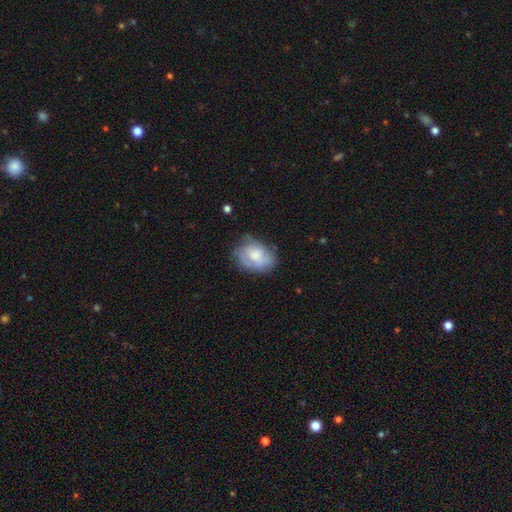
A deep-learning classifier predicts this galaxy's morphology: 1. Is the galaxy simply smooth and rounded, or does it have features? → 51% smooth, 41% featured or disk, 8% star or artifact.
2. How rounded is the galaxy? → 69% in between, 30% round, 1% cigar-shaped.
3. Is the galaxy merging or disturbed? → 55% none, 30% minor disturbance, 13% major disturbance, 2% merger.